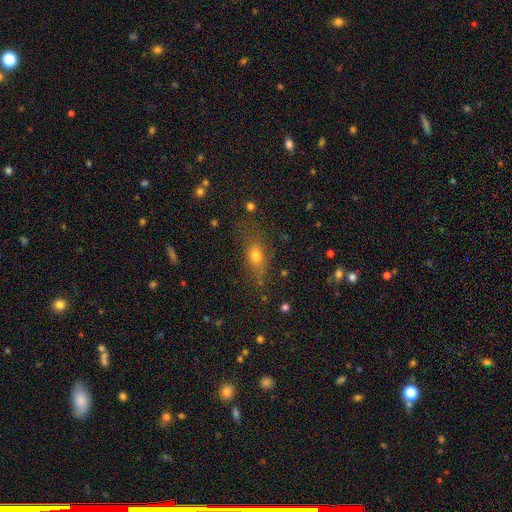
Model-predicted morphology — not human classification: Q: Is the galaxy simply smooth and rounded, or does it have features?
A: smooth — 68%.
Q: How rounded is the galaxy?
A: in between — 62%.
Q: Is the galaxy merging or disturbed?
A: none — 70%.